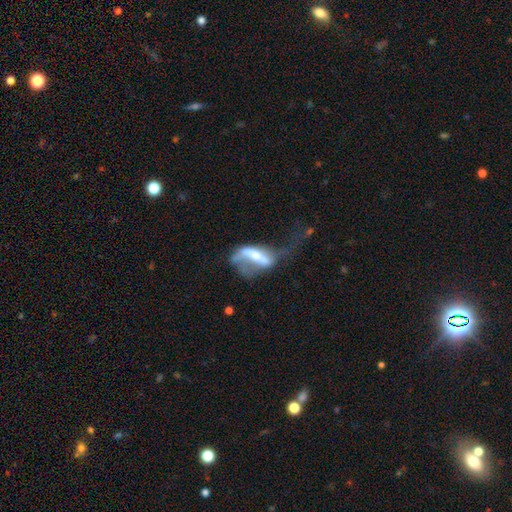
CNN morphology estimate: Overall: featured or disk (59%; smooth 33%). Edge-on disk: no (81%). Merging: major disturbance (55%; none 18%).